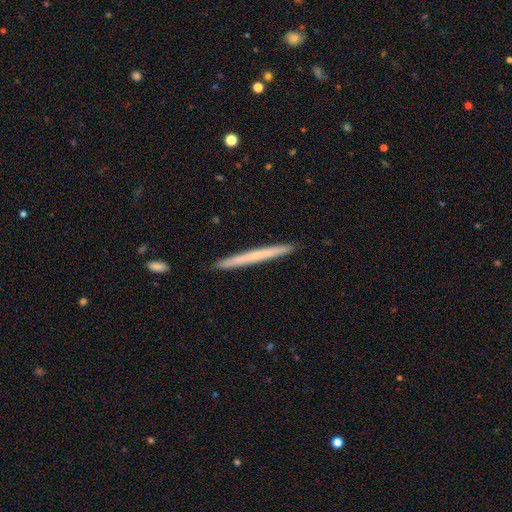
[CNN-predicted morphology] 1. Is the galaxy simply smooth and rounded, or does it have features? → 52% smooth, 42% featured or disk, 6% star or artifact.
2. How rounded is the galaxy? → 98% cigar-shaped, 1% in between, 1% round.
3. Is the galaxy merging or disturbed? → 93% none, 5% minor disturbance, 1% major disturbance, 1% merger.